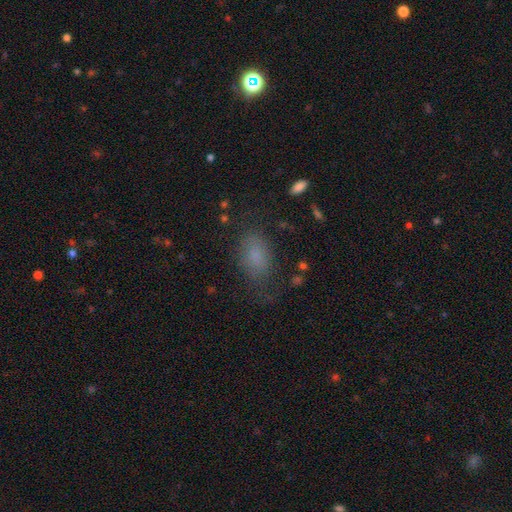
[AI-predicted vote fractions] Morphology: type=smooth (75%); roundness=in between (87%); merging=none (63%).